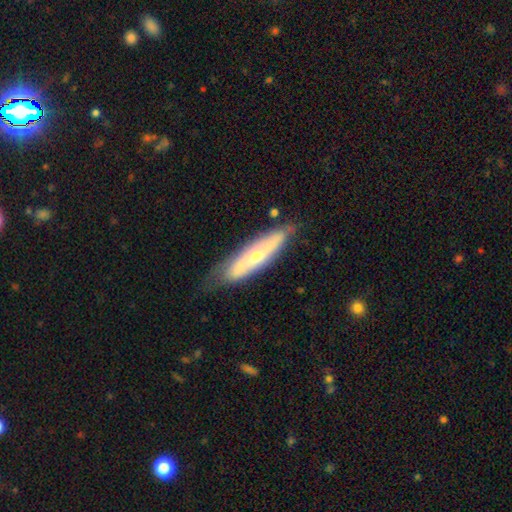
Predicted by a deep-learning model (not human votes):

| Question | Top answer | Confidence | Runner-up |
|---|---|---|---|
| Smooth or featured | featured or disk | 53% | smooth (41%) |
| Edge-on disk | no | 51% | yes (49%) |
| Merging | none | 68% | minor disturbance (24%) |